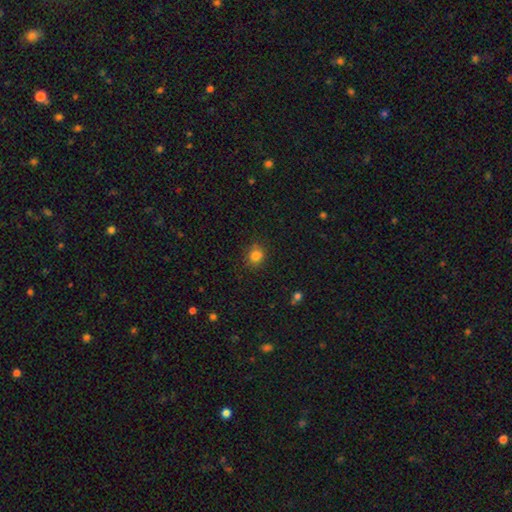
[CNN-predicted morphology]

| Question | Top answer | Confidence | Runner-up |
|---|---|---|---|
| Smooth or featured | smooth | 82% | star or artifact (13%) |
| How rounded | round | 76% | in between (23%) |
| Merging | none | 81% | minor disturbance (14%) |